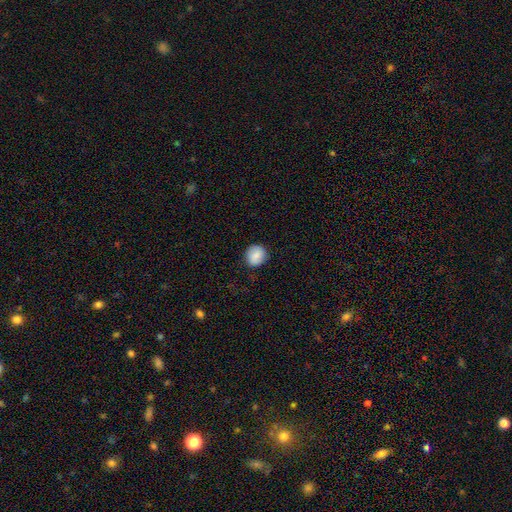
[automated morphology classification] Smooth or featured? smooth (84%)
How rounded? round (84%)
Merging? none (85%)